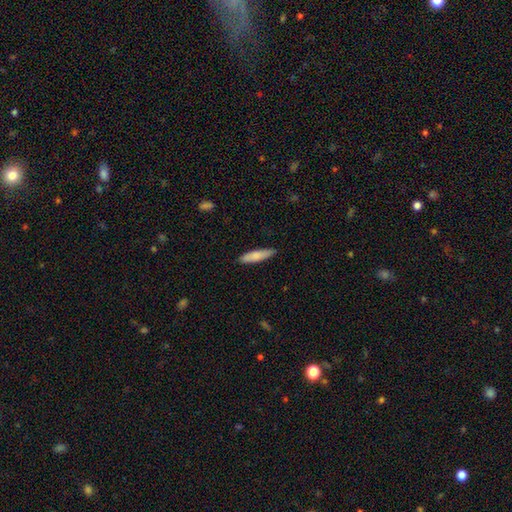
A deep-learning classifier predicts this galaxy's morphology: This is clearly a smooth galaxy (81%). How rounded: likely cigar-shaped (76%). Merging: clearly none (86%).